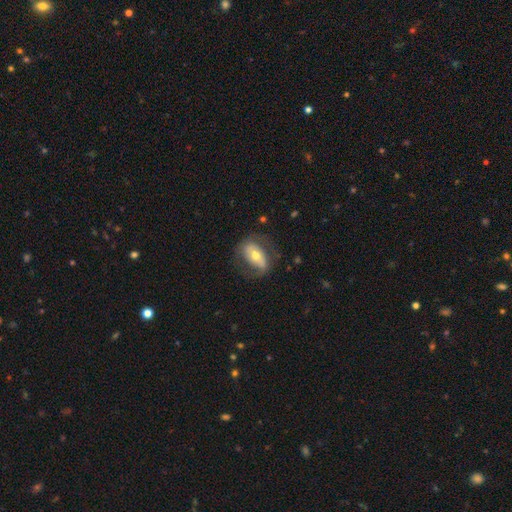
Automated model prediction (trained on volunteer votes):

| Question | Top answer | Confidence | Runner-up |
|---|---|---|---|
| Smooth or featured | featured or disk | 54% | smooth (40%) |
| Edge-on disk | no | 89% | yes (11%) |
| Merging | none | 64% | minor disturbance (21%) |